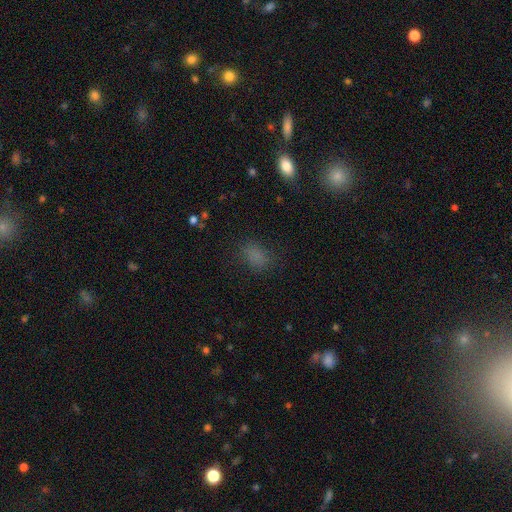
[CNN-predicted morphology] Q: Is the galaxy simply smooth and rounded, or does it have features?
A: smooth — 77%.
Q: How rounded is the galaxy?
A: in between — 77%.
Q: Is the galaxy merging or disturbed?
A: none — 74%.